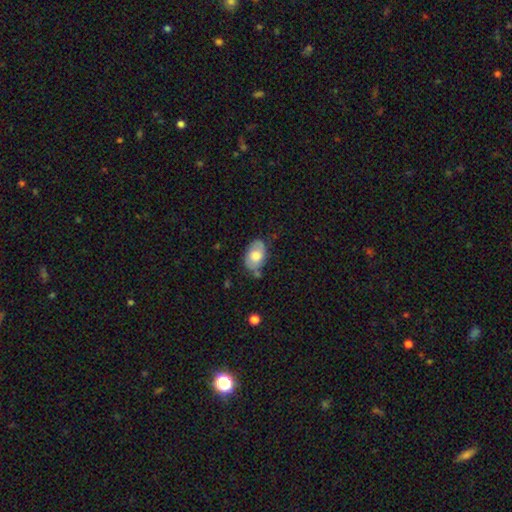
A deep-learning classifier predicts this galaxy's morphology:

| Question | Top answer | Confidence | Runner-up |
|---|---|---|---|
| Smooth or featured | smooth | 64% | featured or disk (29%) |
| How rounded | in between | 89% | round (10%) |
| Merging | none | 62% | minor disturbance (26%) |